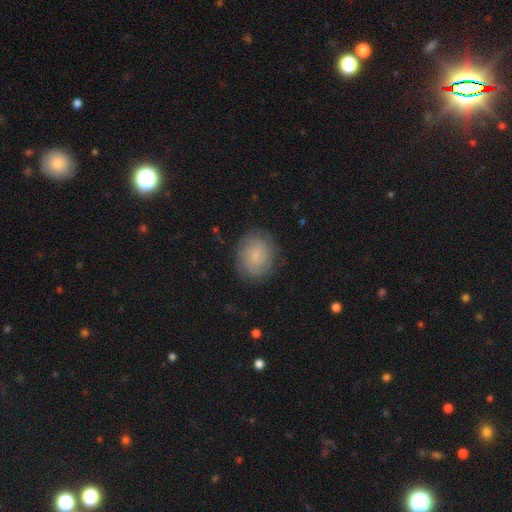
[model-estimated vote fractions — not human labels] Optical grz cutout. It shows a smooth galaxy with no disk features (61%) that is round (66%). Merging: none (82%).